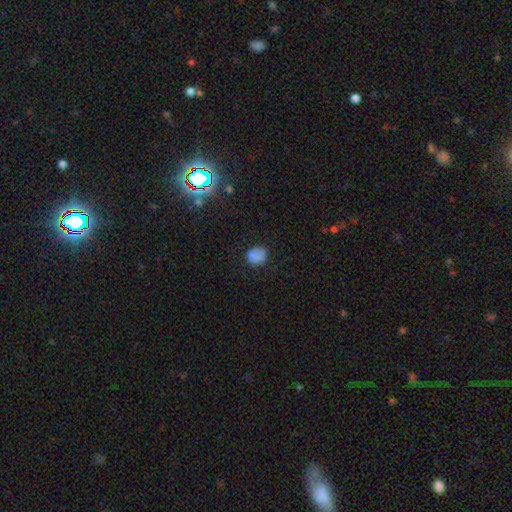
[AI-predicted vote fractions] Smooth or featured? Predicted: smooth (p=0.79). How rounded? Predicted: round (p=0.74). Merging? Predicted: none (p=0.76).